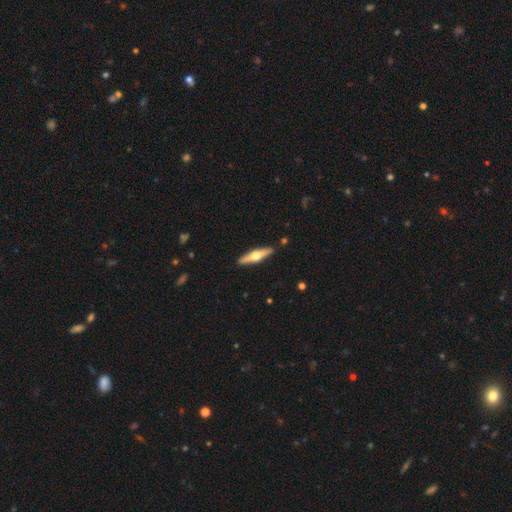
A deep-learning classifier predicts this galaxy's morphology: featured or disk 61%, smooth 34%, star or artifact 5%. Down the decision tree: edge-on disk — yes (96%); edge-on bulge — rounded (95%); merging — none (90%).